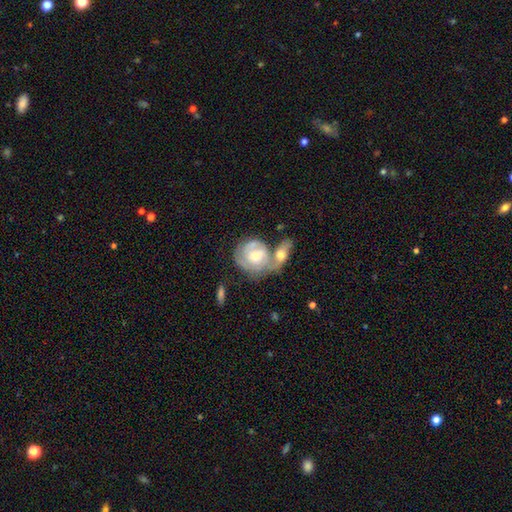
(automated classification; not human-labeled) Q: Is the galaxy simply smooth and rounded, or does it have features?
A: featured or disk — 58%.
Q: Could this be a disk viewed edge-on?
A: no — 96%.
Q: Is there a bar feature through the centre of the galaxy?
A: no — 75%.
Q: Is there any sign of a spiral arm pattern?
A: yes — 64%.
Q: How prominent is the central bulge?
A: moderate — 51%.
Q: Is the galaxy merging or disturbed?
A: merger — 57%.